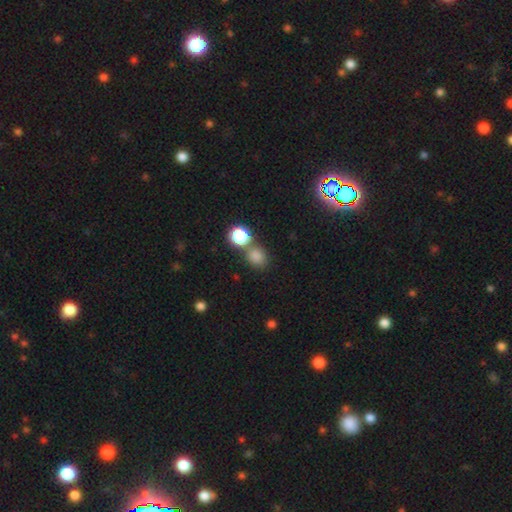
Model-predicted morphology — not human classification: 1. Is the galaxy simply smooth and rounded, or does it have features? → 80% smooth, 14% star or artifact, 5% featured or disk.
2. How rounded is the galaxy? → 72% round, 27% in between, 1% cigar-shaped.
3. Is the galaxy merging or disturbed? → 60% none, 27% merger, 10% minor disturbance, 4% major disturbance.